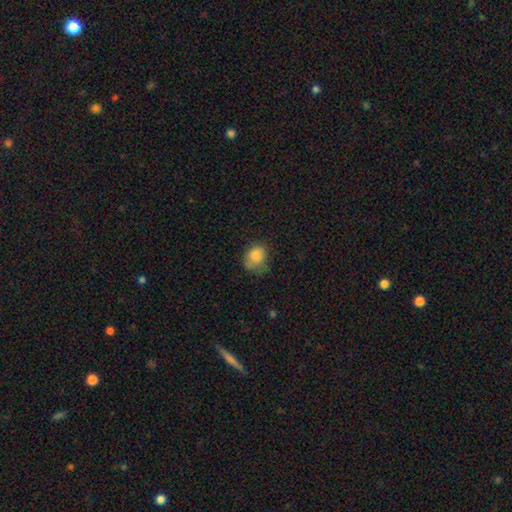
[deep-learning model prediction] This appears to be a smooth galaxy with no disk features (82%) that is round (50%). Merging: none (48%).